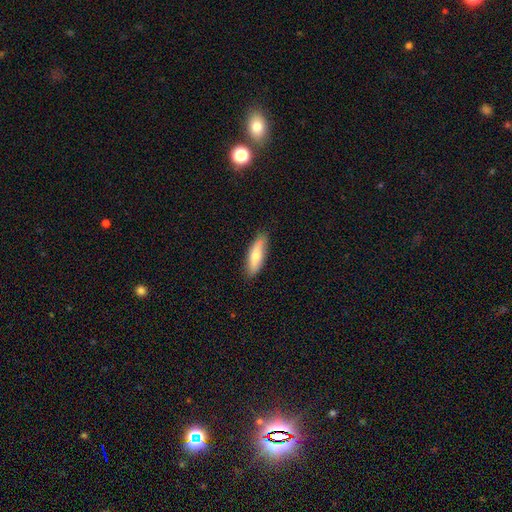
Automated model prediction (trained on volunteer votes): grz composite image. It shows a smooth galaxy with no disk features (69%) that is in between round and cigar-shaped (51%). Merging: none (85%).